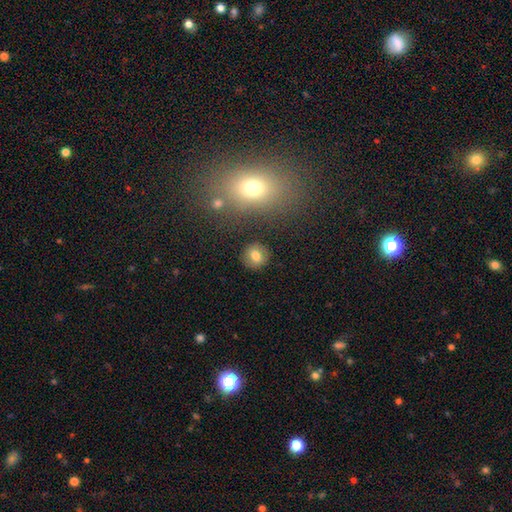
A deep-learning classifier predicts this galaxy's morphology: A smooth galaxy with no disk features (77%) that is round (85%). Merging: none (87%).